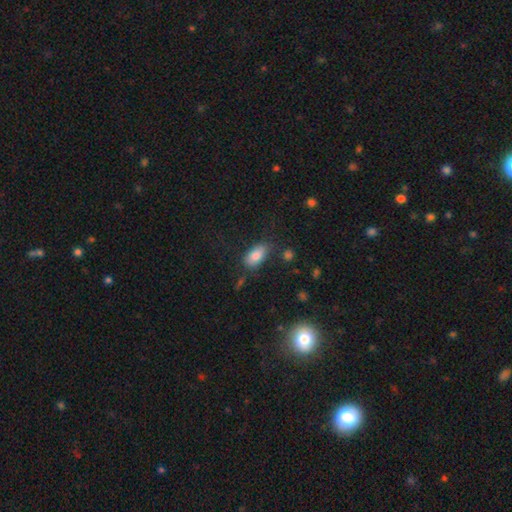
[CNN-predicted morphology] smooth-or-featured: smooth: 83% | featured or disk: 9% | star or artifact: 8%
  how-rounded: in between: 91% | round: 5% | cigar-shaped: 4%
  merging: none: 71% | minor disturbance: 19% | major disturbance: 6% | merger: 4%